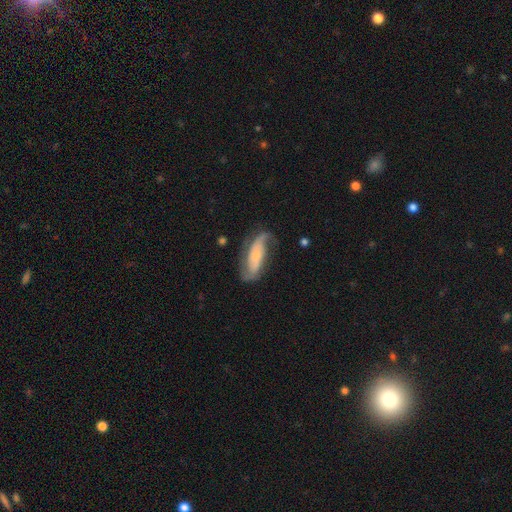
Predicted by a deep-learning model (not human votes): This appears to be a featured or disk galaxy (72%) with no bar (51%), 2 (84%) loose (41%) spiral arms (93%) and a small central bulge (47%). Merging: none (63%).